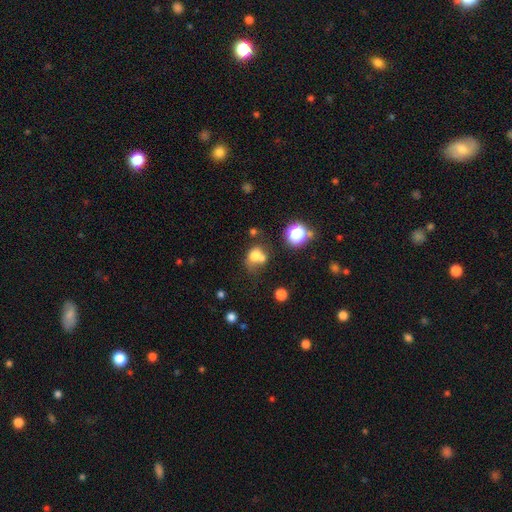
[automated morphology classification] Smooth or featured?
  - smooth: 70% *
  - star or artifact: 15%
  - featured or disk: 15%
How rounded?
  - round: 56% *
  - in between: 43%
  - cigar-shaped: 1%
Merging?
  - merger: 45% *
  - none: 32%
  - minor disturbance: 14%
  - major disturbance: 9%